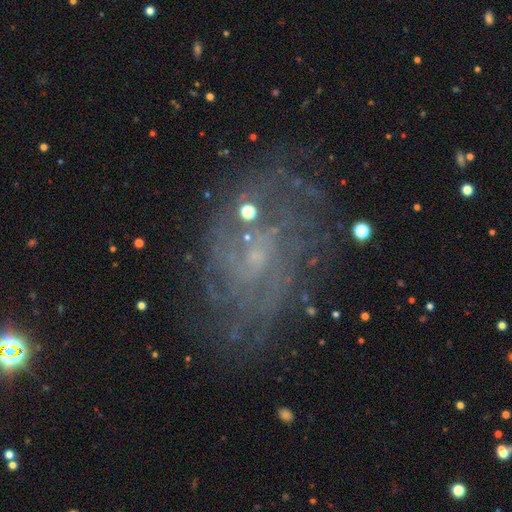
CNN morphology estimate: A featured or disk galaxy (69%) with no bar (62%), tight (53%) spiral arms (83%) and a small central bulge (72%).

Vote fractions:
- Smooth or featured? featured or disk: 69% / star or artifact: 17% / smooth: 14%
- Edge-on disk? no: 96% / yes: 4%
- Bar? no: 62% / weak: 31% / strong: 7%
- Spiral arms? yes: 83% / no: 17%
- Spiral winding? tight: 53% / medium: 32% / loose: 15%
- Spiral arm count? can't tell: 51% / 2: 14% / 4: 10% / 3: 10% / more than 4: 9% / 1: 7%
- Bulge size? small: 72% / none: 17% / moderate: 9% / large: 1% / dominant: 1%
- Merging? none: 69% / minor disturbance: 17% / major disturbance: 10% / merger: 4%